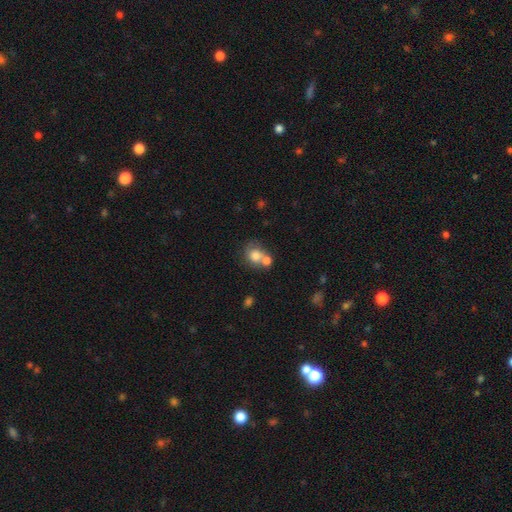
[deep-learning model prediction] A smooth galaxy with no disk features (74%) that is round (71%).

Vote fractions:
- Smooth or featured? smooth: 74% / featured or disk: 17% / star or artifact: 10%
- How rounded? round: 71% / in between: 28% / cigar-shaped: 1%
- Merging? merger: 49% / none: 34% / minor disturbance: 11% / major disturbance: 6%